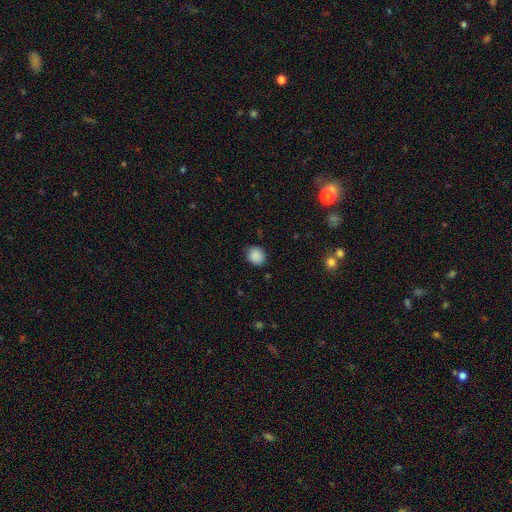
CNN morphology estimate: The model was most divided on "how rounded": round: 77%, in between: 22%, cigar-shaped: 1%. More confident: smooth or featured — smooth (88%); merging — none (80%).